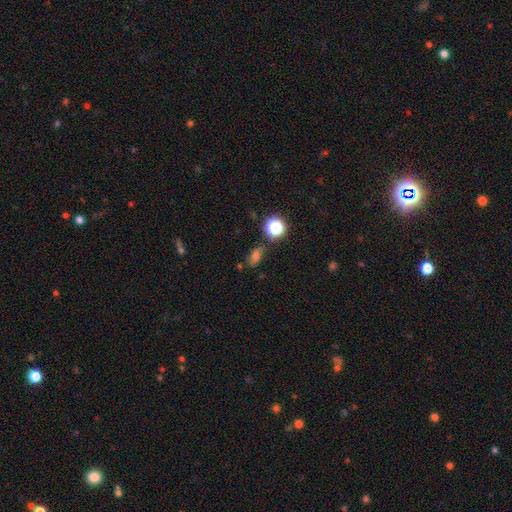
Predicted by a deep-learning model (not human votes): This appears to be a smooth galaxy with no disk features (55%) that is in between round and cigar-shaped (70%). Merging: none (71%).